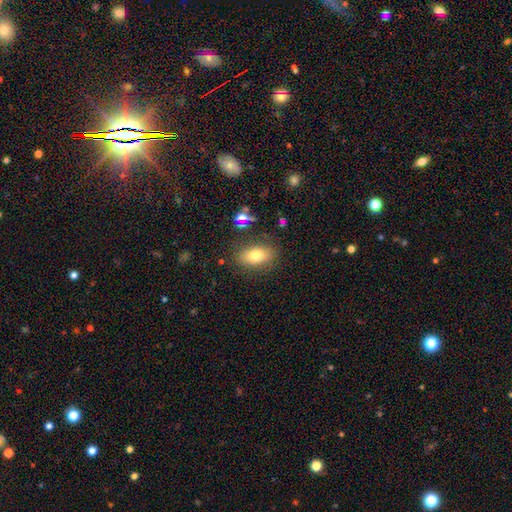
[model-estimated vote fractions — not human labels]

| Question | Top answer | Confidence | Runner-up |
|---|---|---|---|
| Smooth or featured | smooth | 75% | featured or disk (15%) |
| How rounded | in between | 86% | round (10%) |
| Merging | none | 81% | minor disturbance (12%) |